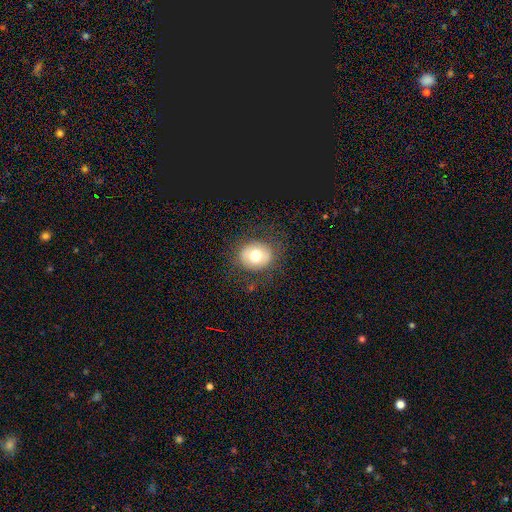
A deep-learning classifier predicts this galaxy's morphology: Smooth or featured? smooth (69%)
How rounded? round (67%)
Merging? none (81%)